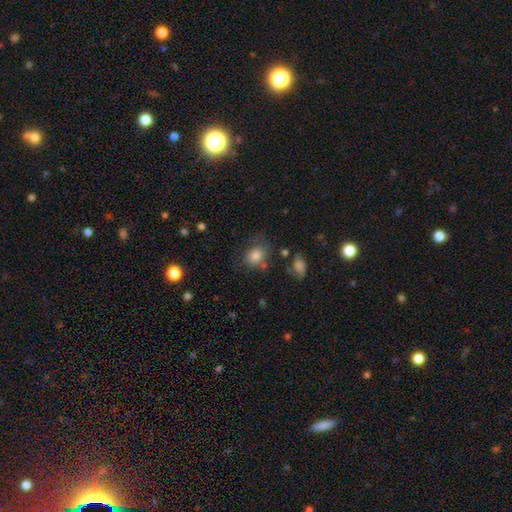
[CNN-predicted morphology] Smooth or featured? Predicted: smooth (p=0.73). How rounded? Predicted: round (p=0.60). Merging? Predicted: none (p=0.54).